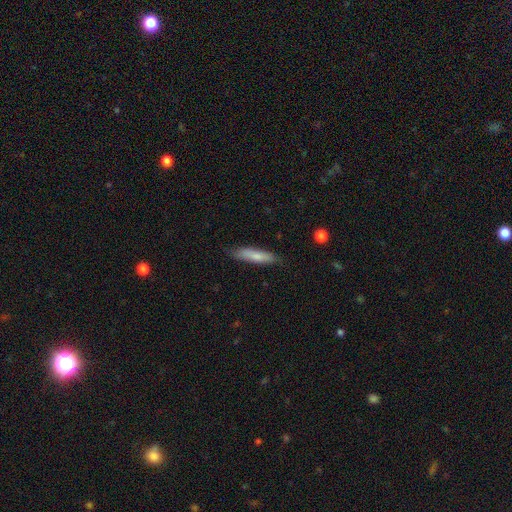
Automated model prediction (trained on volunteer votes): This is likely a smooth galaxy (74%). How rounded: clearly cigar-shaped (81%). Merging: likely none (79%).